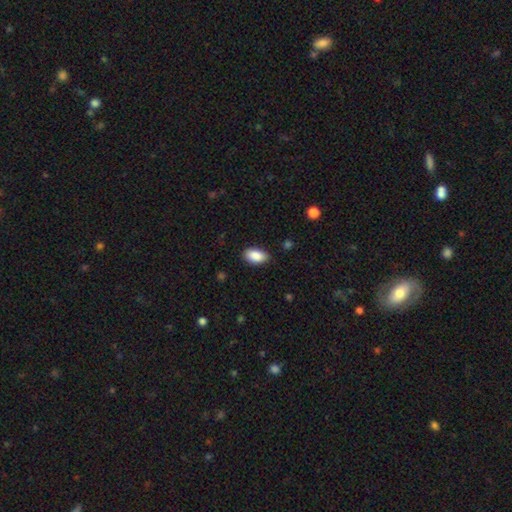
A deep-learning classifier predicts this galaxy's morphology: Overall: smooth (89%). How rounded: in between (94%). Merging: none (84%).